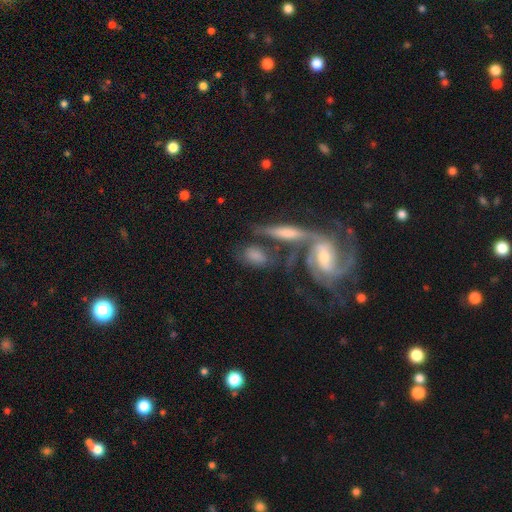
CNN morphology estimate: Q: Smooth or featured?
A: smooth (59%); runner-up: featured or disk (33%)
Q: How rounded?
A: in between (75%); runner-up: cigar-shaped (16%)
Q: Merging?
A: none (36%); tied with: merger (36%)